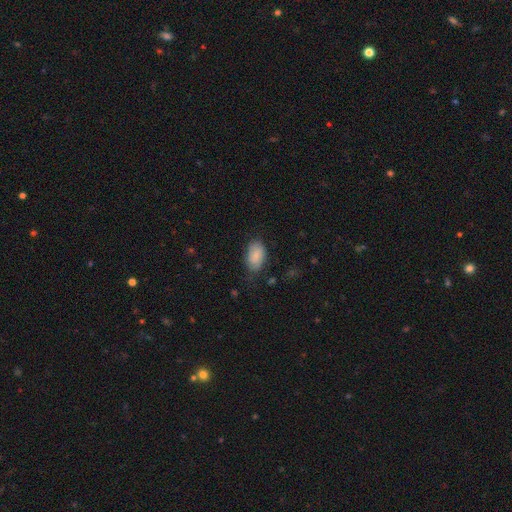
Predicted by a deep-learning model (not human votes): A smooth galaxy with no disk features (79%) that is in between round and cigar-shaped (92%).

Vote fractions:
- Smooth or featured? smooth: 79% / featured or disk: 14% / star or artifact: 7%
- How rounded? in between: 92% / round: 7% / cigar-shaped: 1%
- Merging? none: 68% / minor disturbance: 24% / major disturbance: 7% / merger: 2%